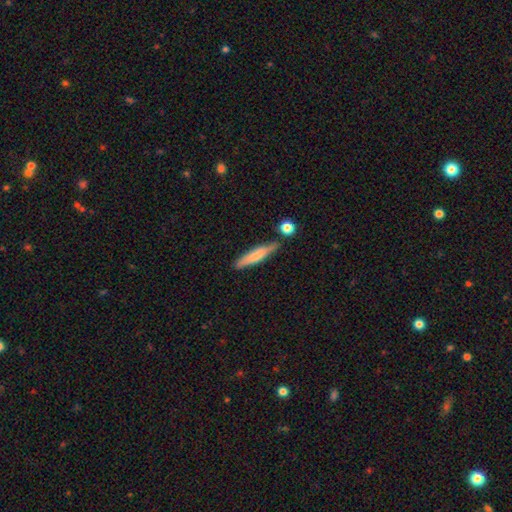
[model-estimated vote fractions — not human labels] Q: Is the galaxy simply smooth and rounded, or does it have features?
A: smooth — 64%.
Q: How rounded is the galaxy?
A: cigar-shaped — 88%.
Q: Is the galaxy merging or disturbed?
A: none — 78%.